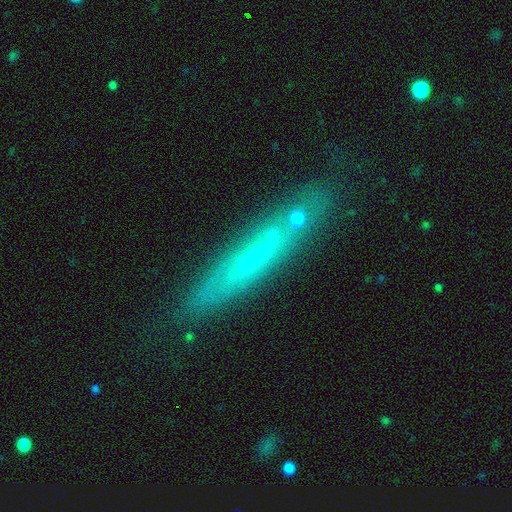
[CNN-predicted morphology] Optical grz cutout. It shows a featured or disk galaxy (48%). Merging: none (79%).